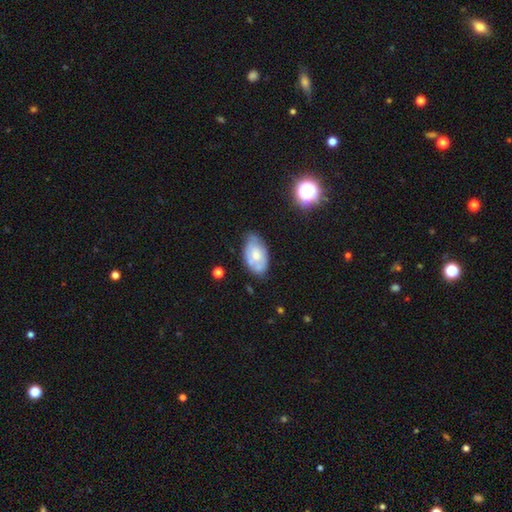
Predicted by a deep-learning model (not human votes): Smooth or featured: smooth — 51% (featured or disk — 42%)
How rounded: in between — 93% (round — 6%)
Merging: none — 54% (minor disturbance — 33%)